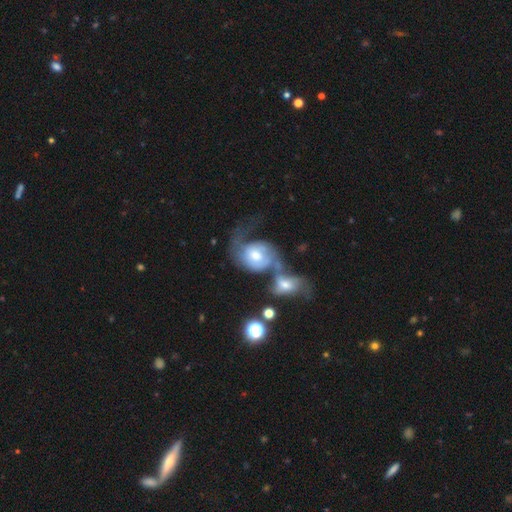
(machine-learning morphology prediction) A featured or disk galaxy (71%) with no bar (62%), 2 (56%) medium (38%, tied with loose) spiral arms (89%) and a moderate central bulge (63%).

Vote fractions:
- Smooth or featured? featured or disk: 71% / smooth: 22% / star or artifact: 7%
- Edge-on disk? no: 97% / yes: 3%
- Bar? no: 62% / weak: 32% / strong: 7%
- Spiral arms? yes: 89% / no: 11%
- Spiral winding? medium: 38% (tied) / loose: 38% (tied) / tight: 24%
- Spiral arm count? 2: 56% / 1: 26% / can't tell: 14% / 3: 2% / 4: 1% / more than 4: 1%
- Bulge size? moderate: 63% / small: 19% / large: 13% / none: 3% / dominant: 2%
- Merging? merger: 59% / major disturbance: 18% / none: 15% / minor disturbance: 9%